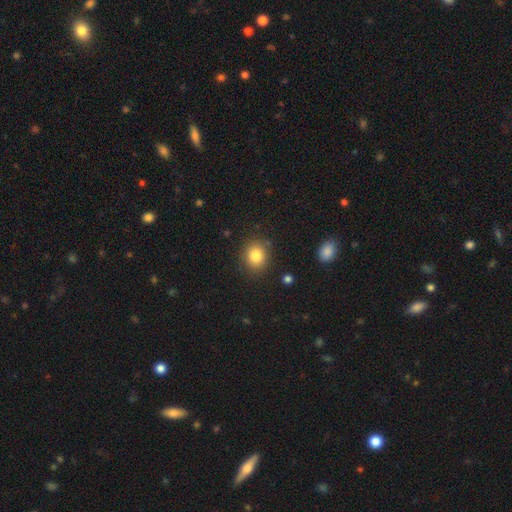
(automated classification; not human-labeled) Smooth or featured? Predicted: smooth (p=0.82). How rounded? Predicted: round (p=0.69). Merging? Predicted: none (p=0.85).